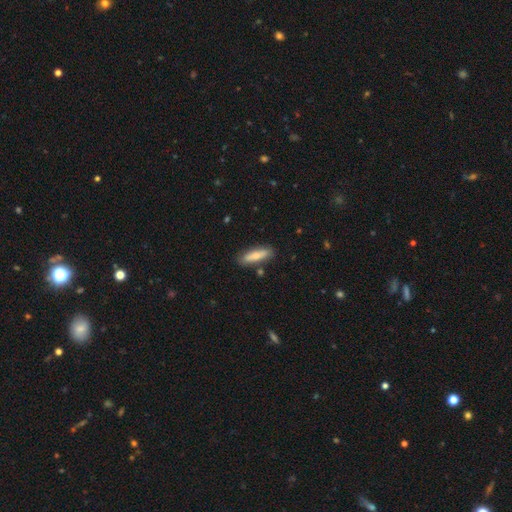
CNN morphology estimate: This is likely a smooth galaxy (68%). How rounded: likely cigar-shaped (64%). Merging: clearly none (84%).